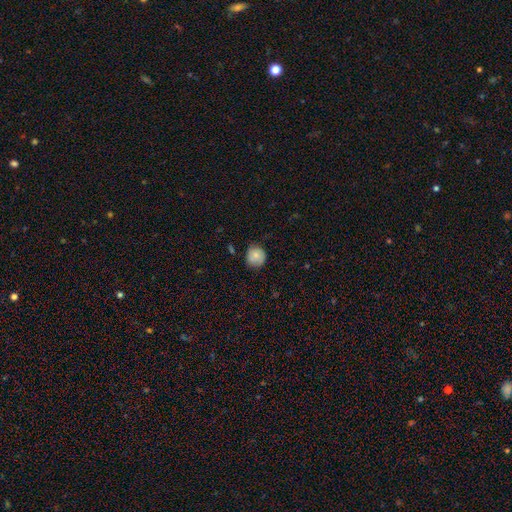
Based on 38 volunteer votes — Smooth or featured?
  - smooth: 71% *
  - featured or disk: 24%
  - star or artifact: 5%
How rounded?
  - round: 96% *
  - in between: 4%
  - cigar-shaped: 0%
Merging?
  - none: 72% *
  - minor disturbance: 25%
  - major disturbance: 3%
  - merger: 0%